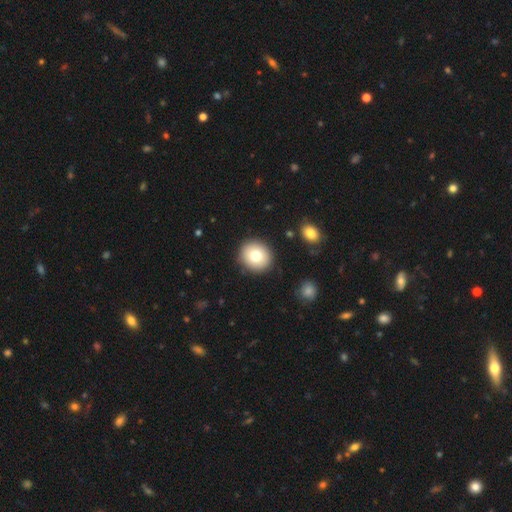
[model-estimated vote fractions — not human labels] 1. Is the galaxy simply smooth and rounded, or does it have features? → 76% smooth, 15% featured or disk, 9% star or artifact.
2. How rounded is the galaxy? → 86% round, 13% in between, 1% cigar-shaped.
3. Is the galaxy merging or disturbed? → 90% none, 6% minor disturbance, 2% major disturbance, 2% merger.